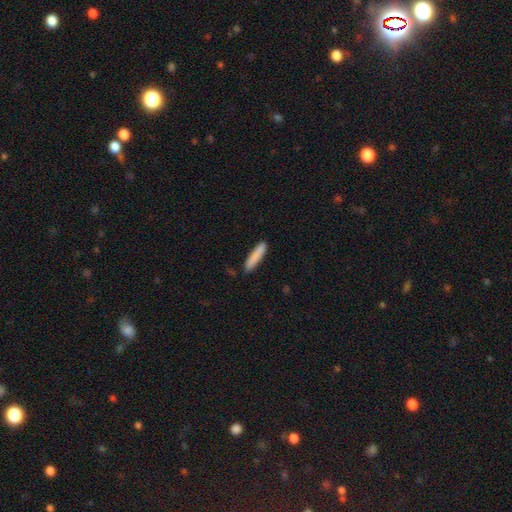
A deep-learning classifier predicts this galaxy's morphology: The model was most divided on "smooth or featured": smooth: 85%, featured or disk: 9%, star or artifact: 6%. More confident: merging — none (88%); how rounded — cigar-shaped (88%).